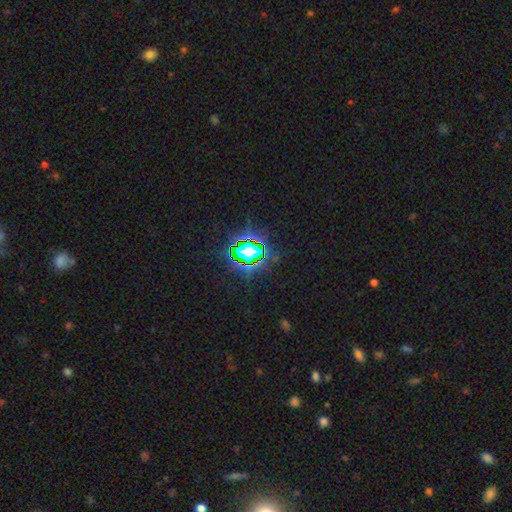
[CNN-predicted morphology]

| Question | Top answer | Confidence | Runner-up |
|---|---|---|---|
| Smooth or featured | star or artifact | 71% | smooth (19%) |